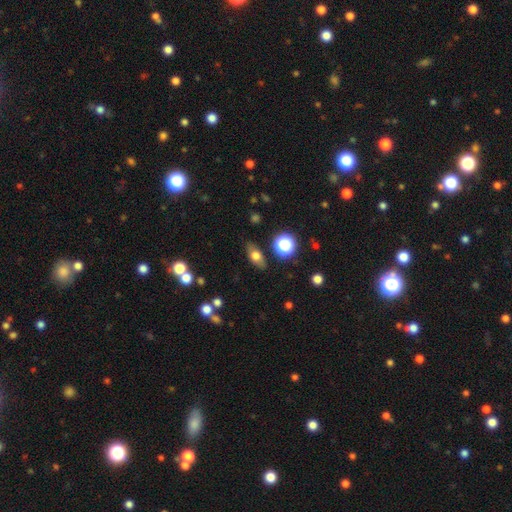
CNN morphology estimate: Smooth or featured?
  - smooth: 67% *
  - featured or disk: 22%
  - star or artifact: 11%
How rounded?
  - in between: 75% *
  - round: 14%
  - cigar-shaped: 11%
Merging?
  - none: 82% *
  - minor disturbance: 12%
  - major disturbance: 3%
  - merger: 2%